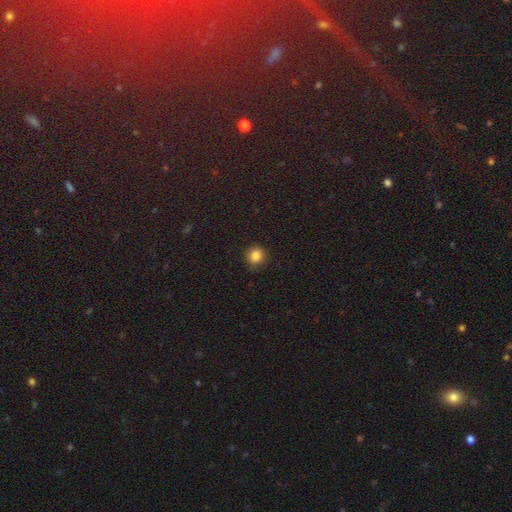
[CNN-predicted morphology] Smooth or featured: smooth — 84% (star or artifact — 12%)
How rounded: round — 90% (in between — 9%)
Merging: none — 89% (minor disturbance — 8%)